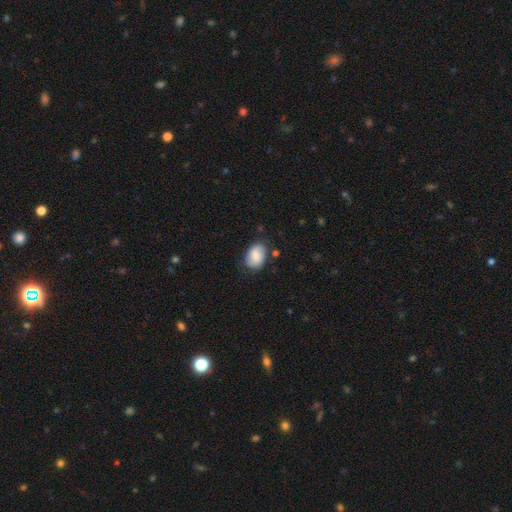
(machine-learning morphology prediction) Q: Smooth or featured?
A: smooth (80%); runner-up: featured or disk (13%)
Q: How rounded?
A: in between (79%); runner-up: round (20%)
Q: Merging?
A: none (72%); runner-up: minor disturbance (20%)